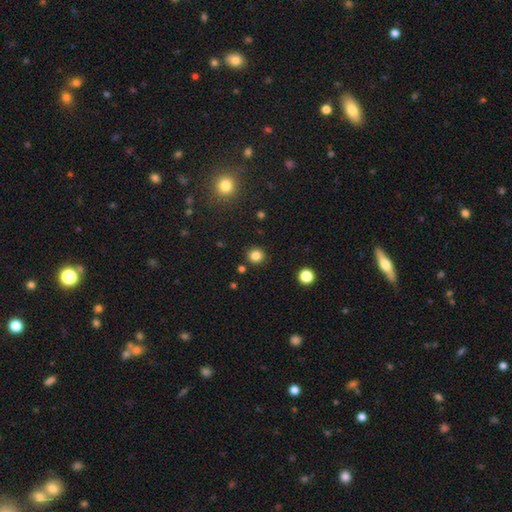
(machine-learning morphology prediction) The model was most divided on "smooth or featured": smooth: 83%, star or artifact: 13%, featured or disk: 4%. More confident: how rounded — round (91%); merging — none (90%).